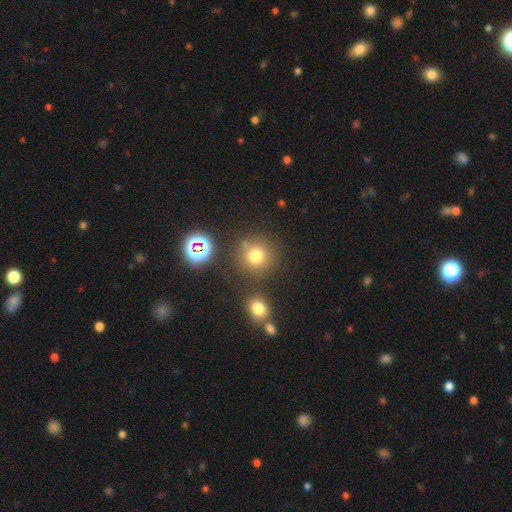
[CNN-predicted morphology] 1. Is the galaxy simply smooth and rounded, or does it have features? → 73% smooth, 19% star or artifact, 8% featured or disk.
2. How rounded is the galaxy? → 92% round, 7% in between, 1% cigar-shaped.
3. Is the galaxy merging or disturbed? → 78% none, 9% merger, 9% minor disturbance, 4% major disturbance.